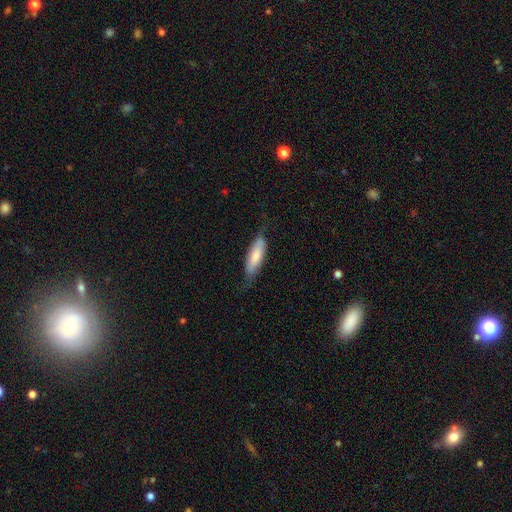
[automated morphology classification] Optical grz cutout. It shows a smooth galaxy with no disk features (71%) that is in between round and cigar-shaped (57%). Merging: none (64%).